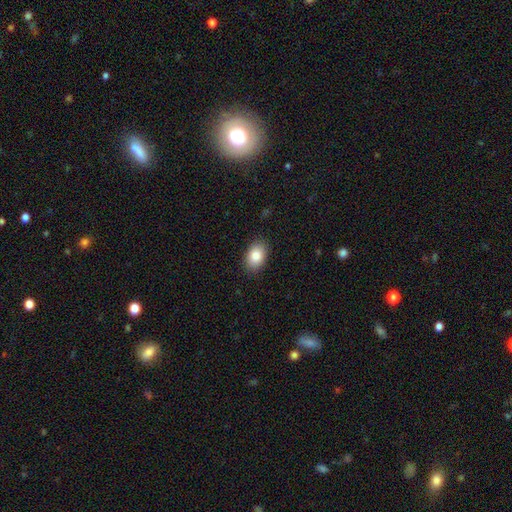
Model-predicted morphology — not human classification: This appears to be a smooth galaxy with no disk features (85%) that is in between round and cigar-shaped (86%). Merging: none (88%).